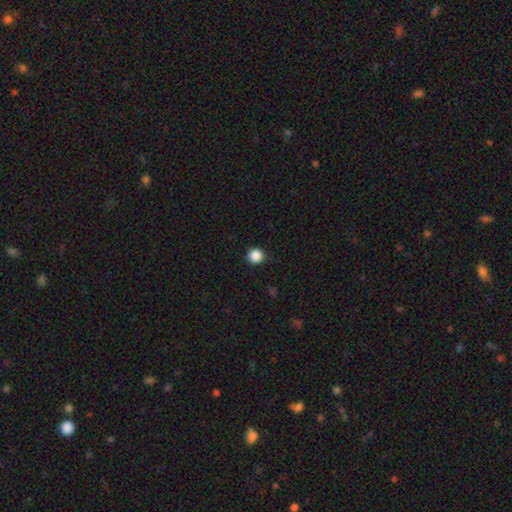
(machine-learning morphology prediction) smooth-or-featured: smooth: 87% | star or artifact: 11% | featured or disk: 3%
  how-rounded: round: 95% | in between: 4% | cigar-shaped: 1%
  merging: none: 92% | minor disturbance: 6% | major disturbance: 2% | merger: 1%